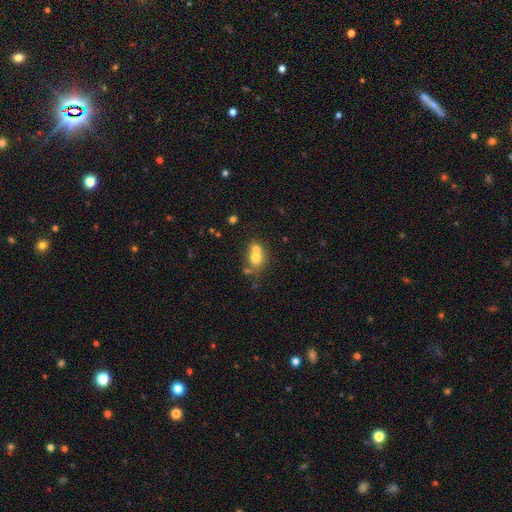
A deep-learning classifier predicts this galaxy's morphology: Overall: smooth (66%). How rounded: round (52%; in between 46%). Merging: merger (62%; none 26%).